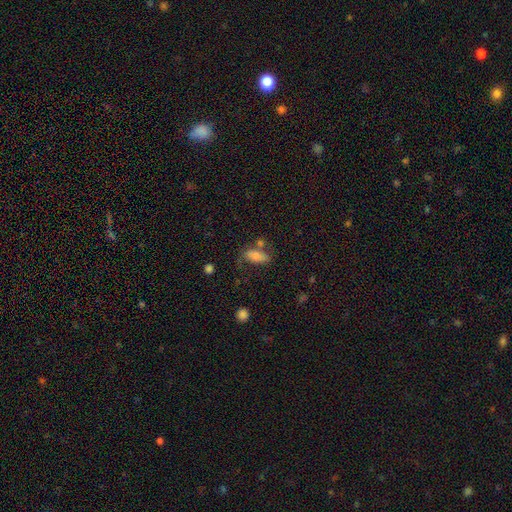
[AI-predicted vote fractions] smooth 74%, featured or disk 17%, star or artifact 10%. Down the decision tree: how rounded — in between (79%); merging — none (51%).